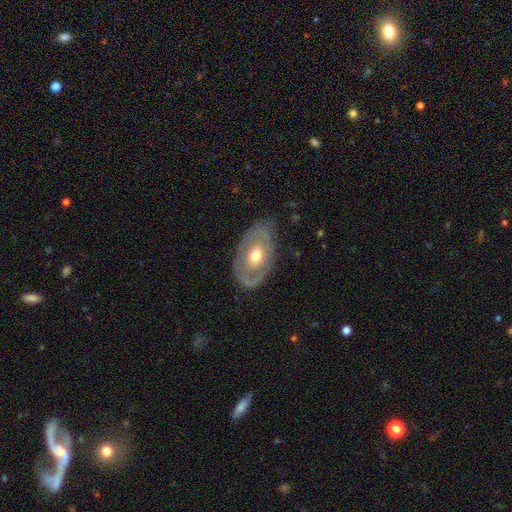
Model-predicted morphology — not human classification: This is likely a featured or disk galaxy (63%). It is clearly not viewed edge-on (92%). Bar: likely no (78%). Spiral arm pattern: likely no (61%). Central bulge: likely moderate (74%). Merging: likely none (76%).